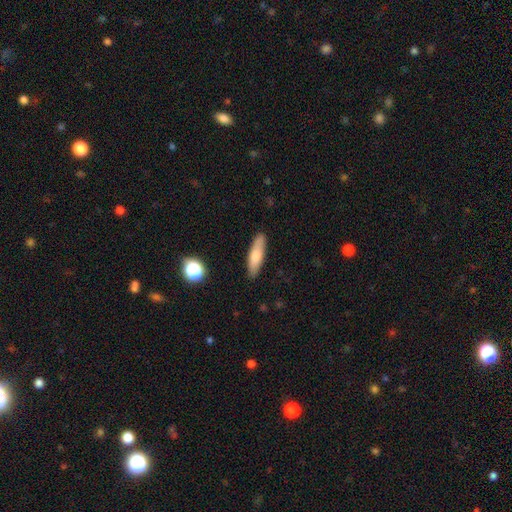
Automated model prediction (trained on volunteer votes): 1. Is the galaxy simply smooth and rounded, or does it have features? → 74% smooth, 20% featured or disk, 6% star or artifact.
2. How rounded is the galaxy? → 64% cigar-shaped, 34% in between, 2% round.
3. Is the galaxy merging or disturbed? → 87% none, 10% minor disturbance, 2% major disturbance, 1% merger.